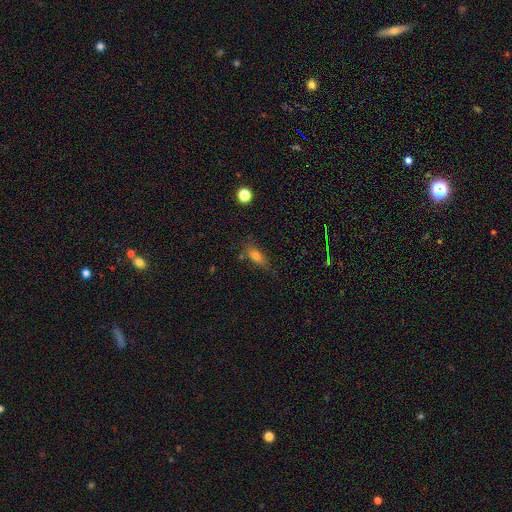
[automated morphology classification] Overall: smooth (72%). How rounded: in between (71%). Merging: none (68%).